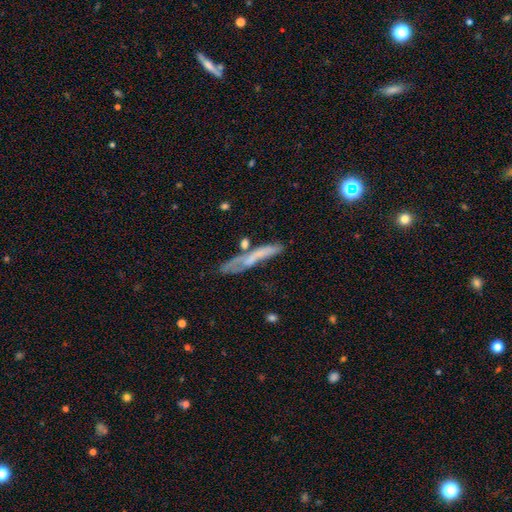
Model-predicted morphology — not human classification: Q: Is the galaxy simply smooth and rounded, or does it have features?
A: smooth — 48%.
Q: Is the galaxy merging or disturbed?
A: none — 53%.